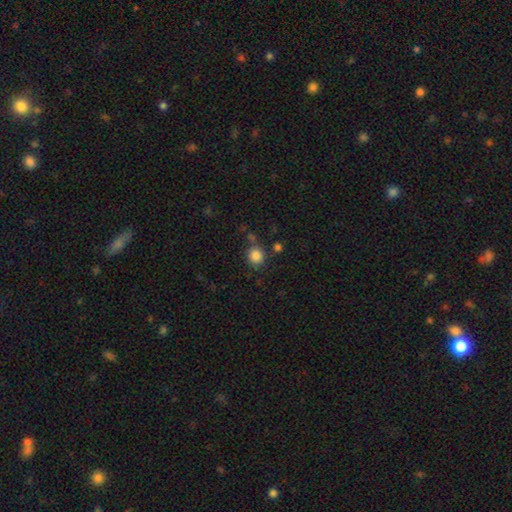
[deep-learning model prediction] smooth 85%, star or artifact 10%, featured or disk 4%. Down the decision tree: how rounded — round (85%); merging — none (77%).